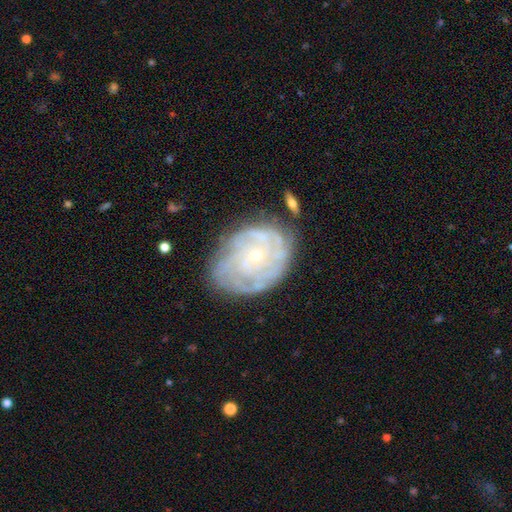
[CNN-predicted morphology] Overall: featured or disk (80%). Edge-on disk: no (97%). Bar: no (77%). Spiral arms: yes (89%). Spiral arm count: can't tell (44%; 4 19%). Spiral winding: tight (71%). Bulge size: small (77%). Merging: none (69%).